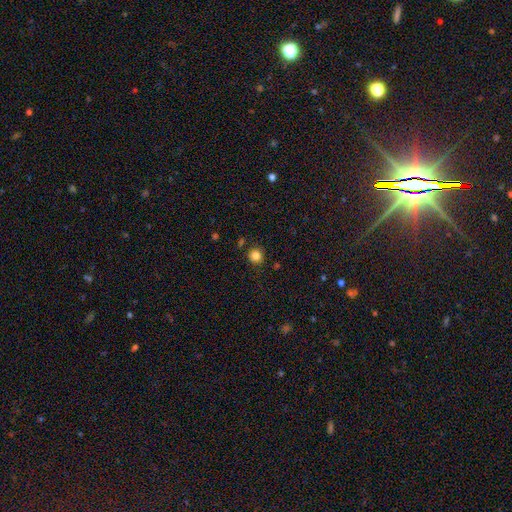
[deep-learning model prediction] Overall: smooth (83%). How rounded: round (92%). Merging: none (88%).